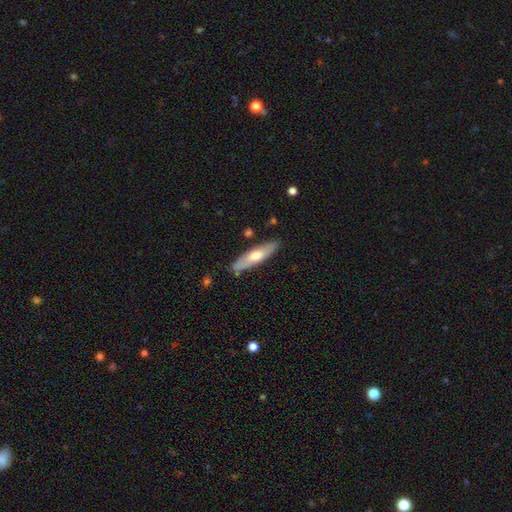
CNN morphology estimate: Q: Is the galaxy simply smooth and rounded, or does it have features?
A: smooth — 54%.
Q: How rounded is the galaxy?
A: cigar-shaped — 69%.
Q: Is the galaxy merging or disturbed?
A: none — 85%.